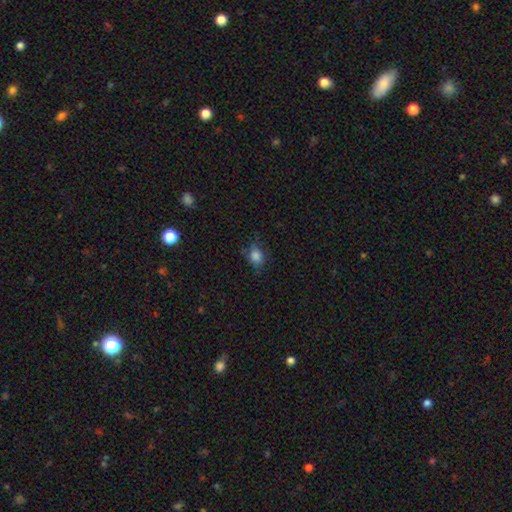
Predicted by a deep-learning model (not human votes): A smooth galaxy with no disk features (80%) that is in between round and cigar-shaped (59%).

Vote fractions:
- Smooth or featured? smooth: 80% / star or artifact: 12% / featured or disk: 8%
- How rounded? in between: 59% / round: 39% / cigar-shaped: 2%
- Merging? none: 64% / minor disturbance: 25% / major disturbance: 9% / merger: 2%